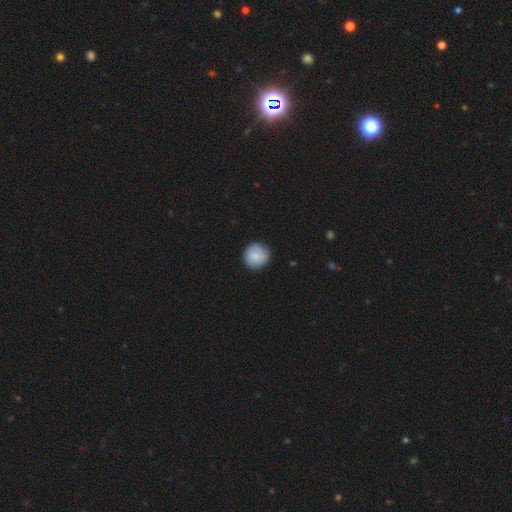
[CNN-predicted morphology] This is clearly a smooth galaxy (82%). How rounded: clearly round (93%). Merging: clearly none (87%).